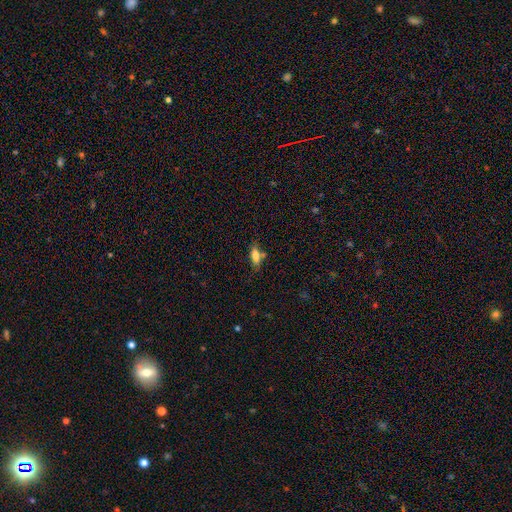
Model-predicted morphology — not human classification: smooth 74%, featured or disk 16%, star or artifact 10%. Down the decision tree: how rounded — in between (66%); merging — none (65%).